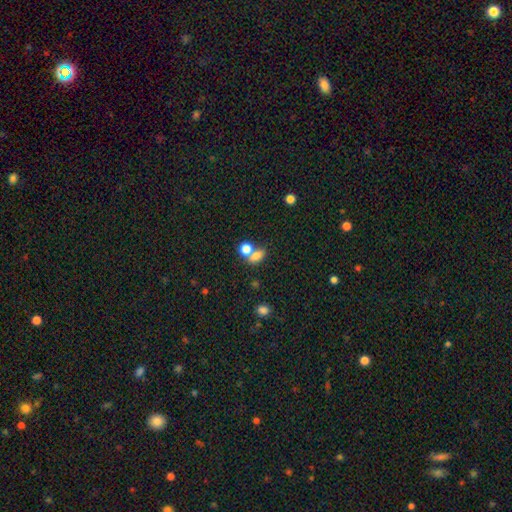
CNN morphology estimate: This is likely a smooth galaxy (78%). How rounded: likely in between (69%). Merging: possibly merger (47%).